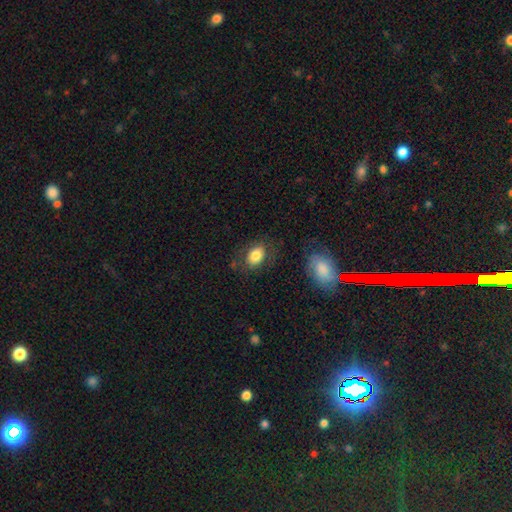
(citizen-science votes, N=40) Smooth or featured? smooth (85%)
How rounded? in between (76%)
Merging? none (85%)